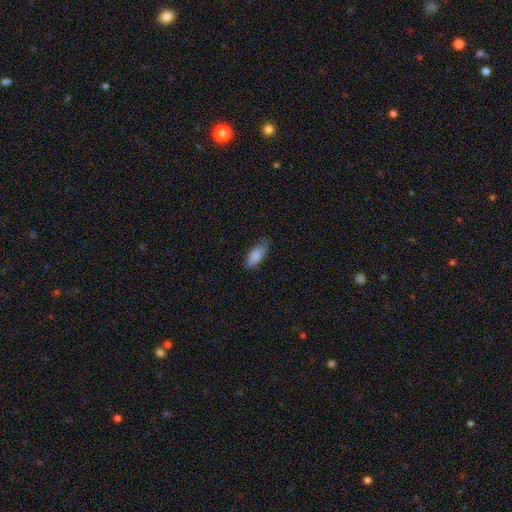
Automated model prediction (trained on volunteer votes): This appears to be a smooth galaxy with no disk features (85%) that is in between round and cigar-shaped (83%). Merging: none (70%).